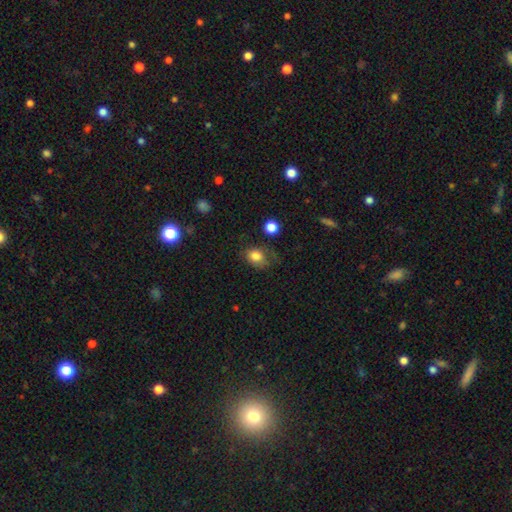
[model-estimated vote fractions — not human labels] A smooth galaxy with no disk features (81%) that is in between round and cigar-shaped (52%). Merging: none (53%).